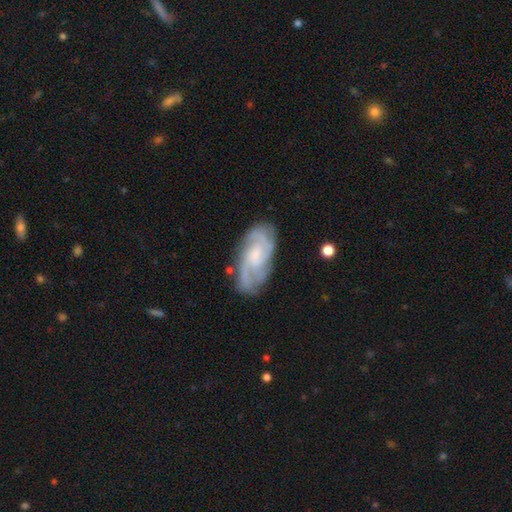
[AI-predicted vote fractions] Smooth or featured? featured or disk (80%)
Edge-on disk? no (95%)
Bar? no (58%)
Spiral arms? yes (96%)
Spiral winding? tight (47%)
Spiral arm count? 3 (31%)
Bulge size? small (49%)
Merging? none (76%)